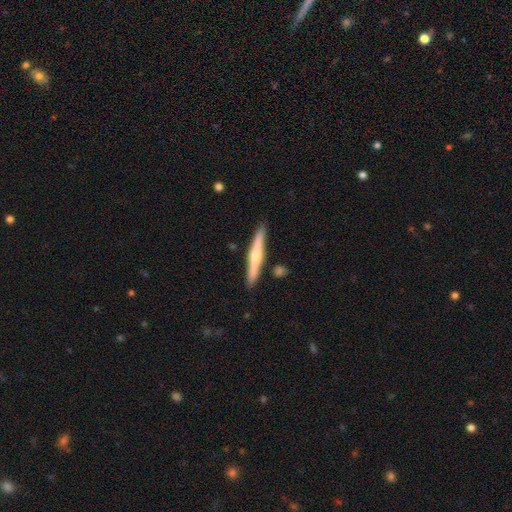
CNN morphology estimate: Smooth or featured?
  - featured or disk: 53% *
  - smooth: 42%
  - star or artifact: 5%
Edge-on disk?
  - yes: 97% *
  - no: 3%
Edge-on bulge?
  - rounded: 66% *
  - none: 26%
  - boxy: 8%
Merging?
  - none: 88% *
  - minor disturbance: 8%
  - merger: 3%
  - major disturbance: 2%